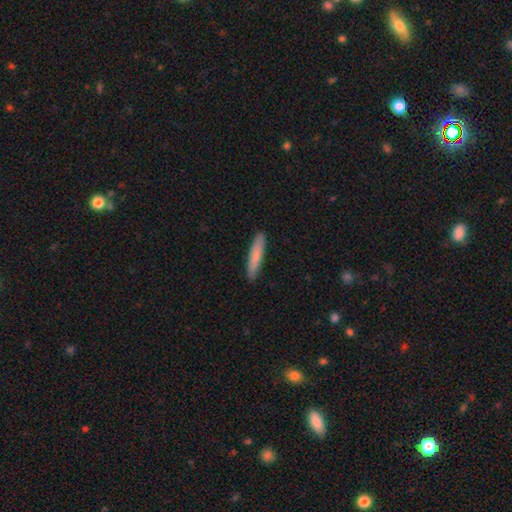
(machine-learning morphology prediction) This is clearly a smooth galaxy (81%). How rounded: clearly cigar-shaped (90%). Merging: clearly none (89%).